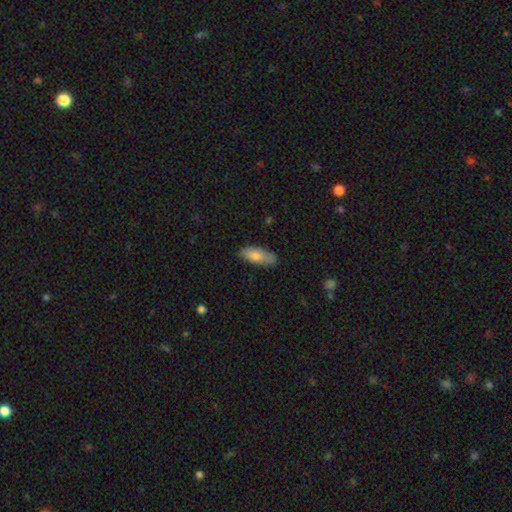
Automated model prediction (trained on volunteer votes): A smooth galaxy with no disk features (79%) that is in between round and cigar-shaped (74%). Merging: none (76%).